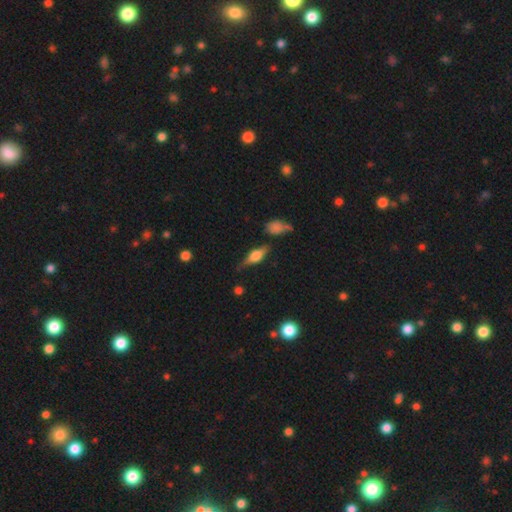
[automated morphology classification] smooth_or_featured: featured or disk (p=0.64) [alt: smooth p=0.27]
disk_edge_on: yes (p=0.94) [alt: no p=0.06]
edge_on_bulge: rounded (p=0.89) [alt: boxy p=0.09]
merging: none (p=0.75) [alt: minor disturbance p=0.16]